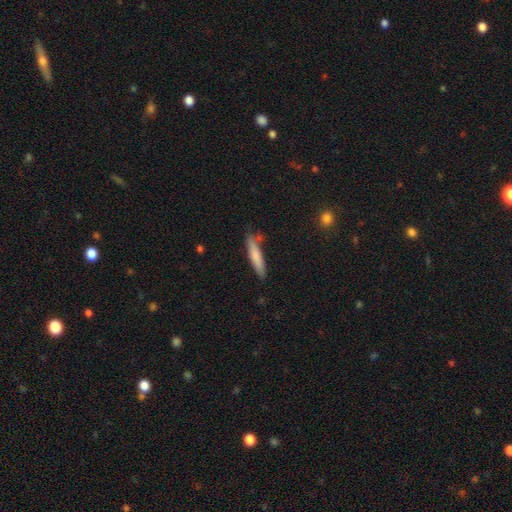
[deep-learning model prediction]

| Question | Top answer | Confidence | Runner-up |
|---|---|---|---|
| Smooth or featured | smooth | 76% | featured or disk (18%) |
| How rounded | cigar-shaped | 88% | in between (10%) |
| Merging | none | 79% | minor disturbance (15%) |